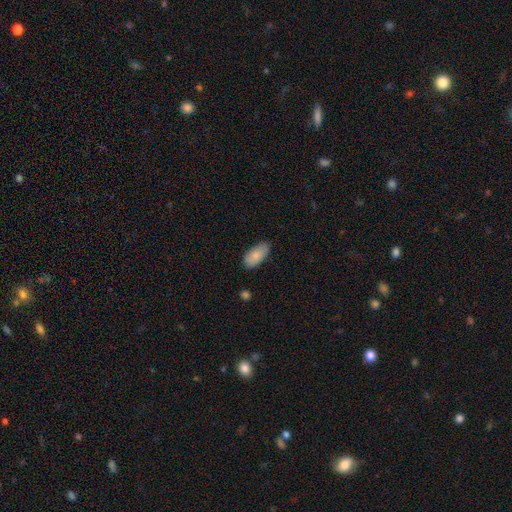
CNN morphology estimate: type=smooth (84%); roundness=in between (93%); merging=none (80%).